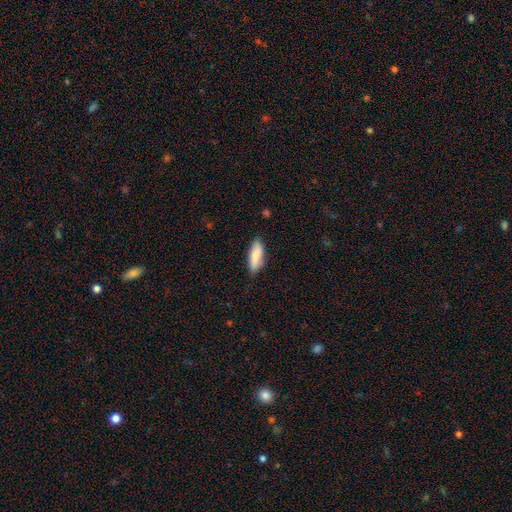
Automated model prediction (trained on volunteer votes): Overall: smooth (83%). How rounded: in between (67%; cigar-shaped 31%). Merging: none (77%).